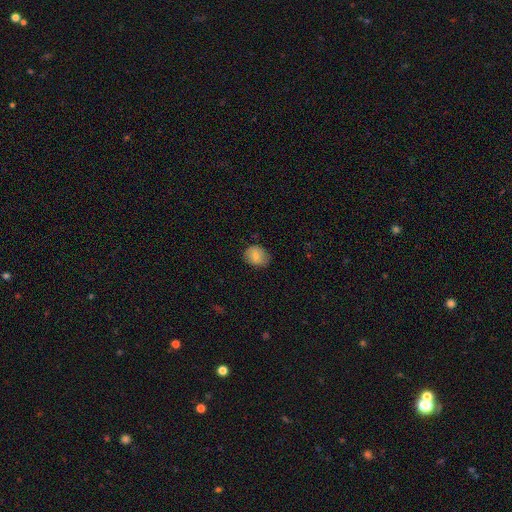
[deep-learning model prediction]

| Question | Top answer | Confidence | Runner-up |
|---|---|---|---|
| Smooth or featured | smooth | 77% | featured or disk (14%) |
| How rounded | round | 52% | in between (47%) |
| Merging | none | 77% | minor disturbance (18%) |